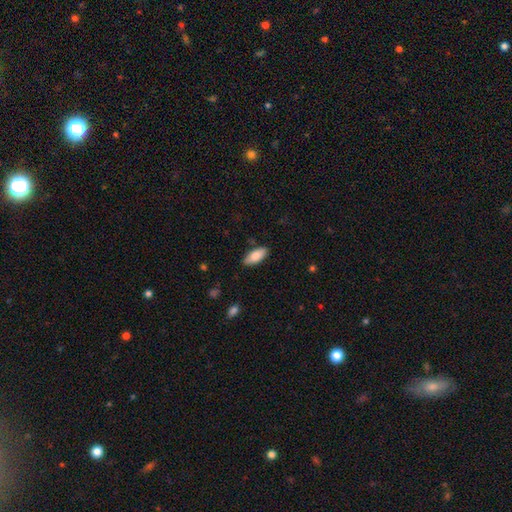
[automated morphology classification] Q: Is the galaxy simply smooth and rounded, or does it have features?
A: smooth — 83%.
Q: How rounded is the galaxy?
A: in between — 85%.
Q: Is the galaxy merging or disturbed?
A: none — 85%.